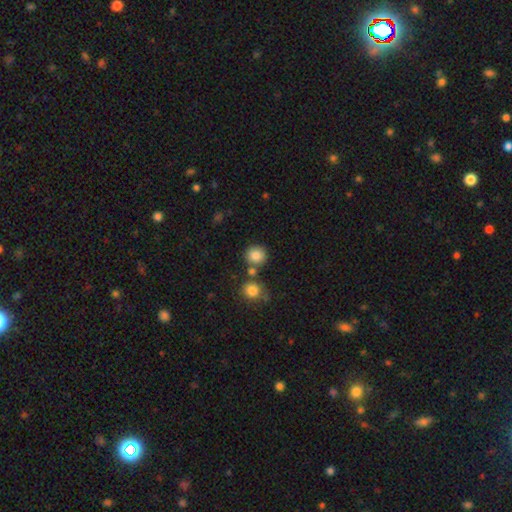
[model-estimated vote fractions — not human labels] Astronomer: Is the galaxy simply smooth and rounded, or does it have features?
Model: smooth — 84%.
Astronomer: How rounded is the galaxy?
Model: round — 90%.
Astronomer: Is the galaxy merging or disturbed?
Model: none — 75%.